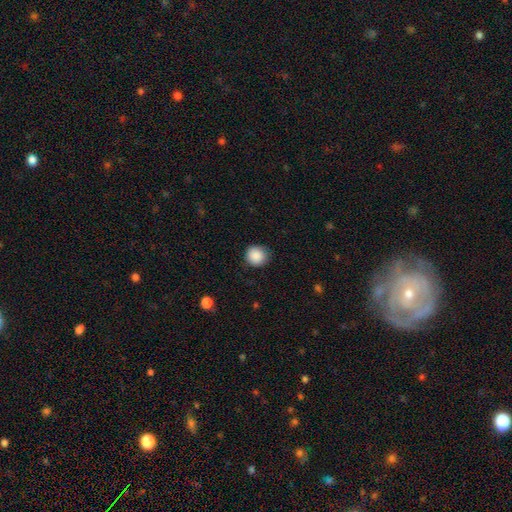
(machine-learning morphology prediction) Smooth or featured? smooth (88%)
How rounded? round (91%)
Merging? none (84%)